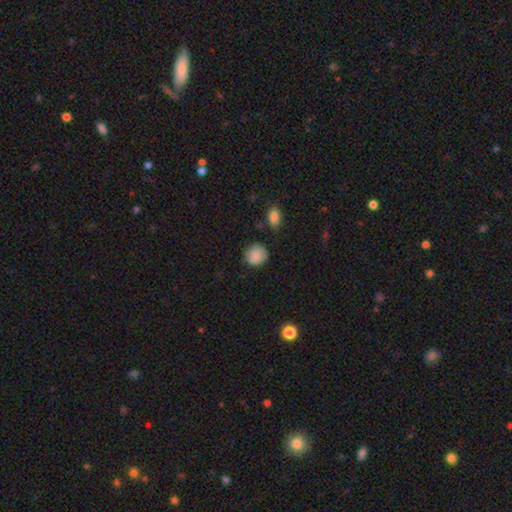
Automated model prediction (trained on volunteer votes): Q: Smooth or featured?
A: smooth (86%); runner-up: star or artifact (9%)
Q: How rounded?
A: round (86%); runner-up: in between (13%)
Q: Merging?
A: none (76%); runner-up: minor disturbance (18%)